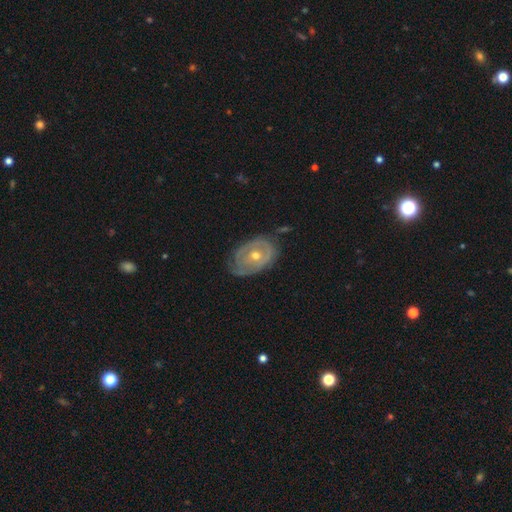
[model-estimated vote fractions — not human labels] Smooth or featured?
  - featured or disk: 75% *
  - smooth: 19%
  - star or artifact: 6%
Edge-on disk?
  - no: 95% *
  - yes: 5%
Bar?
  - no: 79% *
  - weak: 16%
  - strong: 4%
Spiral arms?
  - yes: 65% *
  - no: 35%
Bulge size?
  - moderate: 67% *
  - small: 29%
  - large: 2%
  - none: 1%
  - dominant: 1%
Merging?
  - none: 64% *
  - minor disturbance: 26%
  - major disturbance: 8%
  - merger: 2%